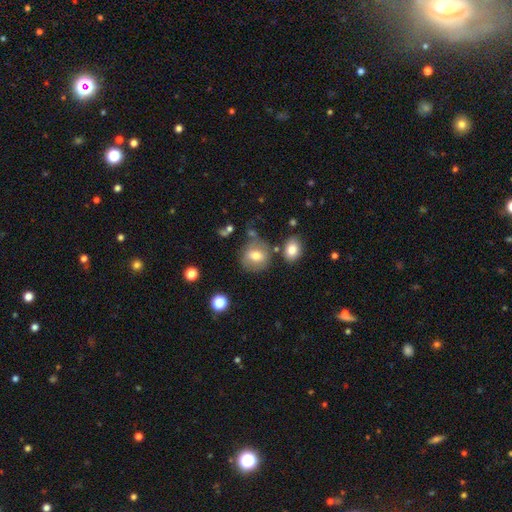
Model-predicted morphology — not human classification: The model was most divided on "smooth or featured": smooth: 68%, featured or disk: 22%, star or artifact: 10%. More confident: how rounded — round (74%); merging — none (66%).